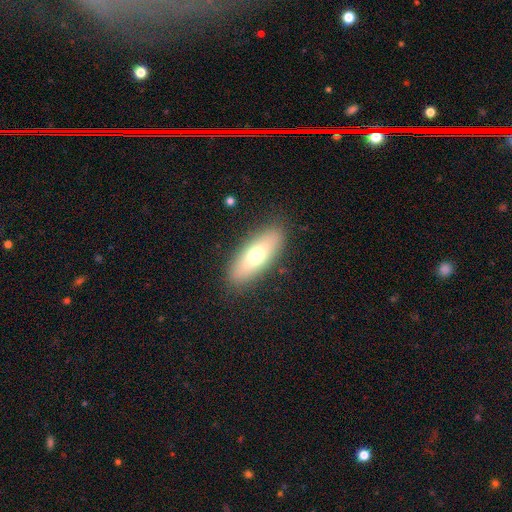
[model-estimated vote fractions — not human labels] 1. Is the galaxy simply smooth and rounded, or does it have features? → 68% smooth, 25% featured or disk, 7% star or artifact.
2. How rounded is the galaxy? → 68% in between, 29% cigar-shaped, 3% round.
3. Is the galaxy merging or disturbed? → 87% none, 9% minor disturbance, 3% major disturbance, 1% merger.